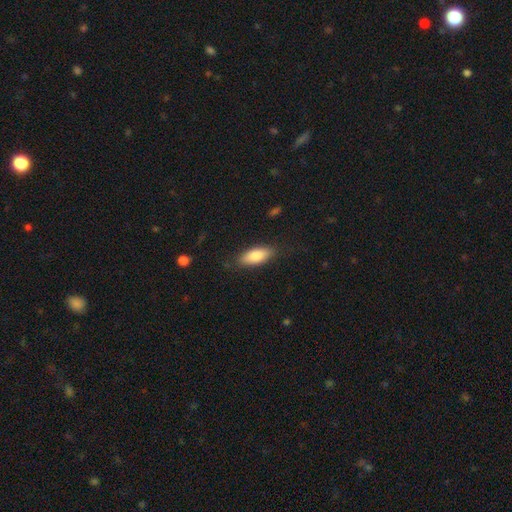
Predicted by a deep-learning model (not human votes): A smooth galaxy with no disk features (84%) that is in between round and cigar-shaped (81%).

Vote fractions:
- Smooth or featured? smooth: 84% / featured or disk: 10% / star or artifact: 6%
- How rounded? in between: 81% / cigar-shaped: 17% / round: 2%
- Merging? none: 81% / minor disturbance: 14% / major disturbance: 4% / merger: 1%